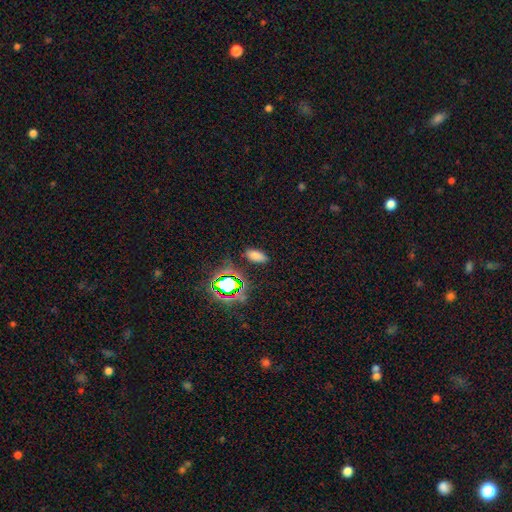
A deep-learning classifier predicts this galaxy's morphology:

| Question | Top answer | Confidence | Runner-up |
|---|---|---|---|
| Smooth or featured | smooth | 70% | star or artifact (23%) |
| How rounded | in between | 88% | cigar-shaped (8%) |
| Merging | none | 85% | minor disturbance (10%) |